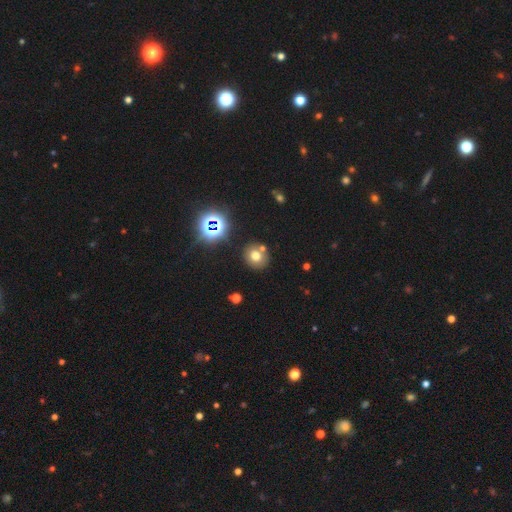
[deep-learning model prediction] Smooth or featured?
  - smooth: 66% *
  - star or artifact: 20%
  - featured or disk: 14%
How rounded?
  - round: 85% *
  - in between: 15%
  - cigar-shaped: 1%
Merging?
  - none: 74% *
  - merger: 14%
  - minor disturbance: 9%
  - major disturbance: 3%